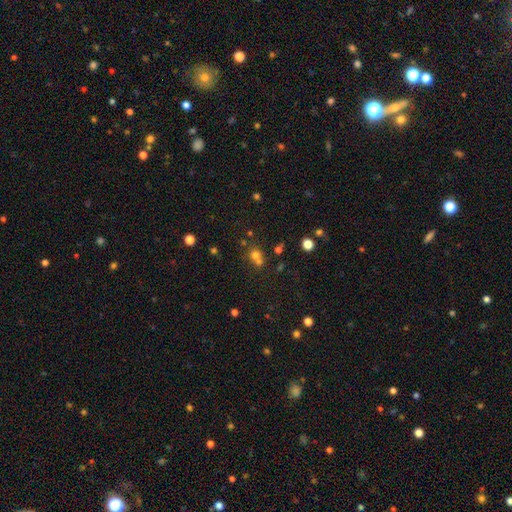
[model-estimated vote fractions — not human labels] Smooth or featured?
  - smooth: 65% *
  - star or artifact: 23%
  - featured or disk: 12%
How rounded?
  - round: 82% *
  - in between: 17%
  - cigar-shaped: 1%
Merging?
  - merger: 45% *
  - none: 44%
  - minor disturbance: 8%
  - major disturbance: 4%